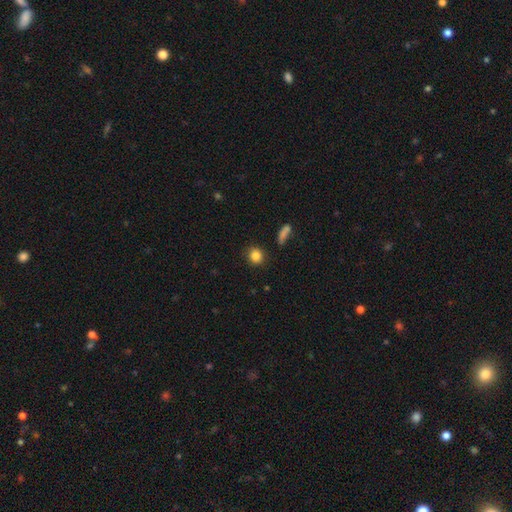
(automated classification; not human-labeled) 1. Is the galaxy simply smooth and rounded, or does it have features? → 85% smooth, 10% star or artifact, 5% featured or disk.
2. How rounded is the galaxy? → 85% round, 13% in between, 1% cigar-shaped.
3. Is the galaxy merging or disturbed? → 87% none, 9% minor disturbance, 2% major disturbance, 2% merger.